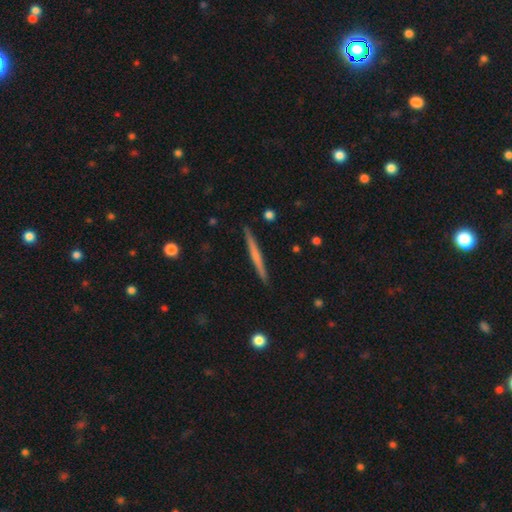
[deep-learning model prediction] Smooth or featured? Predicted: featured or disk (p=0.49). Merging? Predicted: none (p=0.92).